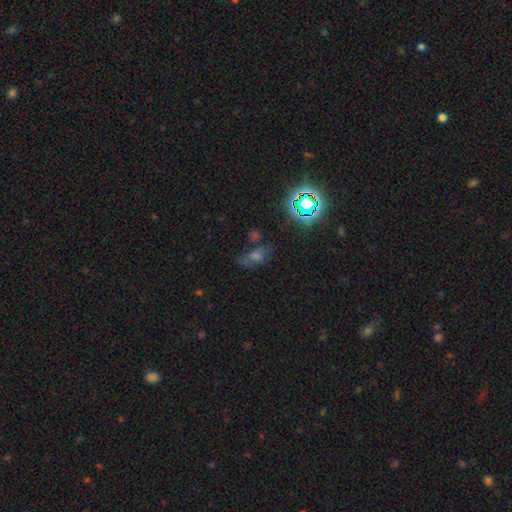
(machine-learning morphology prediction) Smooth or featured: star or artifact — 44% (smooth — 33%)